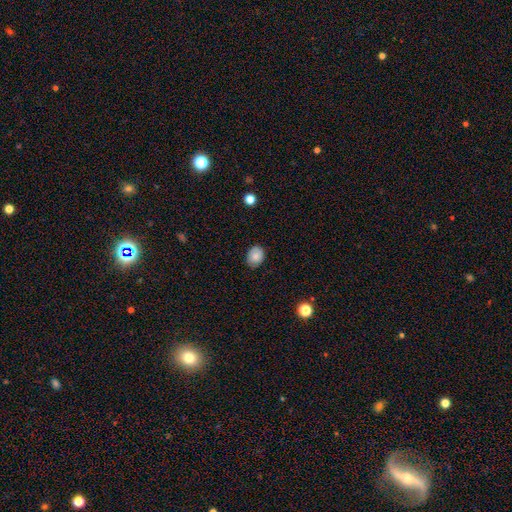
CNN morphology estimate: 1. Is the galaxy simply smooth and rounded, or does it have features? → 81% smooth, 10% featured or disk, 9% star or artifact.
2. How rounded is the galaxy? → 51% in between, 49% round, 1% cigar-shaped.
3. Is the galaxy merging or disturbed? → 79% none, 17% minor disturbance, 3% major disturbance, 1% merger.